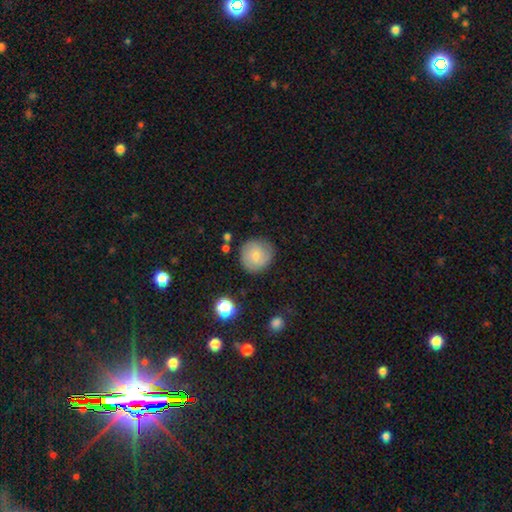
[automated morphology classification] This is likely a smooth galaxy (68%). How rounded: clearly round (92%). Merging: likely none (80%).